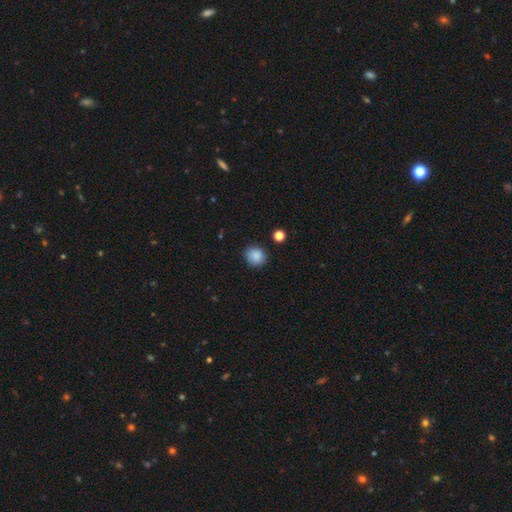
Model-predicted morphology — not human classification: Overall: smooth (87%). How rounded: round (81%). Merging: none (85%).